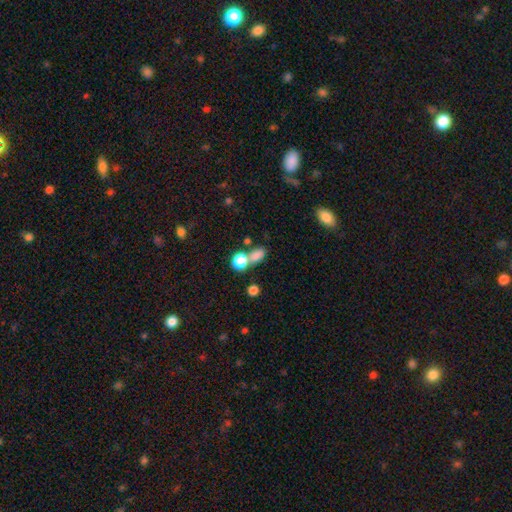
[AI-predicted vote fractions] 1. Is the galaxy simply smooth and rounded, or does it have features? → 75% smooth, 16% star or artifact, 9% featured or disk.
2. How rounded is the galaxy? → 65% in between, 32% round, 3% cigar-shaped.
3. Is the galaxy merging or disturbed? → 45% none, 36% merger, 12% minor disturbance, 7% major disturbance.